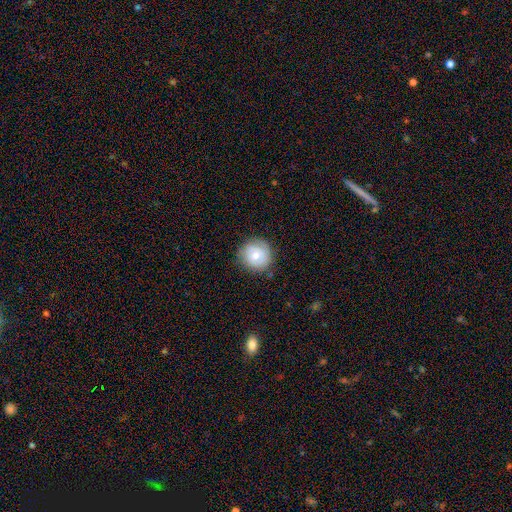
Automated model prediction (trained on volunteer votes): Smooth or featured? Predicted: smooth (p=0.55). How rounded? Predicted: round (p=0.92). Merging? Predicted: none (p=0.80).